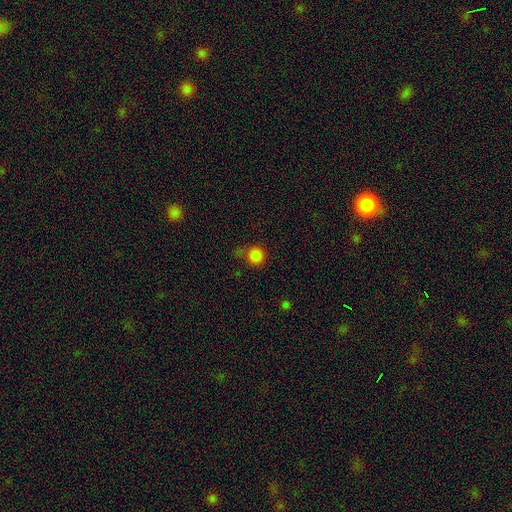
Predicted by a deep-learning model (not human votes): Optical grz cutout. It shows a smooth galaxy with no disk features (83%) that is round (93%). Merging: none (66%).